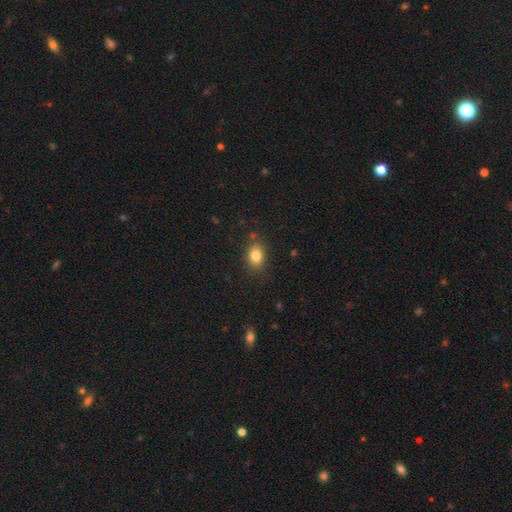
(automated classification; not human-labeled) Morphology: type=smooth (83%); roundness=in between (74%); merging=none (83%).